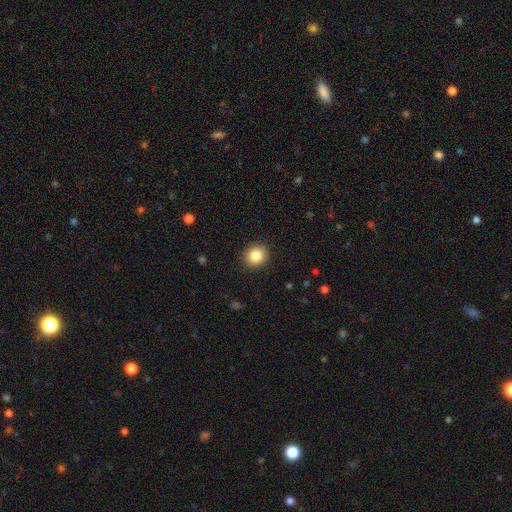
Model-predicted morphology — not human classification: The model was most divided on "how rounded": round: 84%, in between: 16%, cigar-shaped: 1%. More confident: merging — none (90%); smooth or featured — smooth (84%).